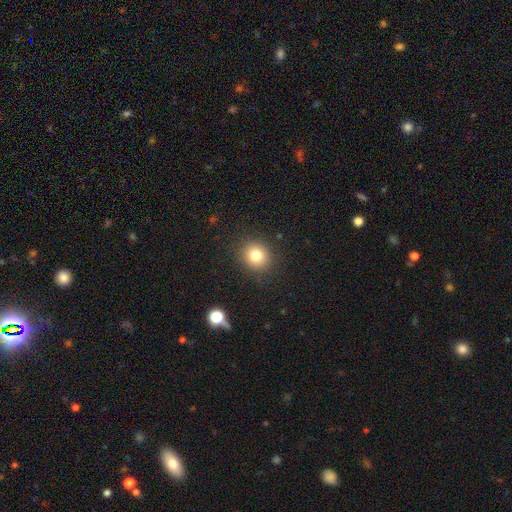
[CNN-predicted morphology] type=smooth (79%); roundness=round (82%); merging=none (88%).